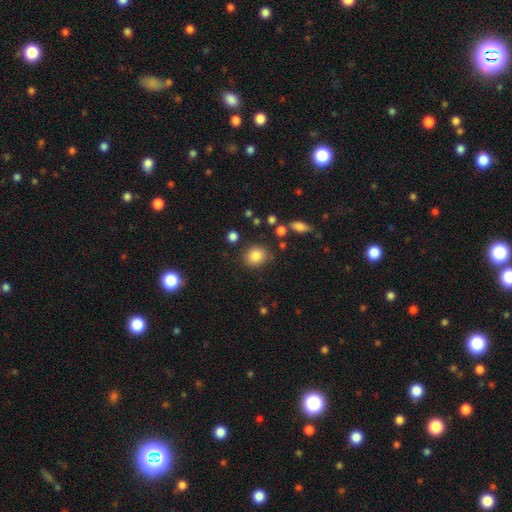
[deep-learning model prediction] A smooth galaxy with no disk features (84%) that is round (71%). Merging: none (82%).